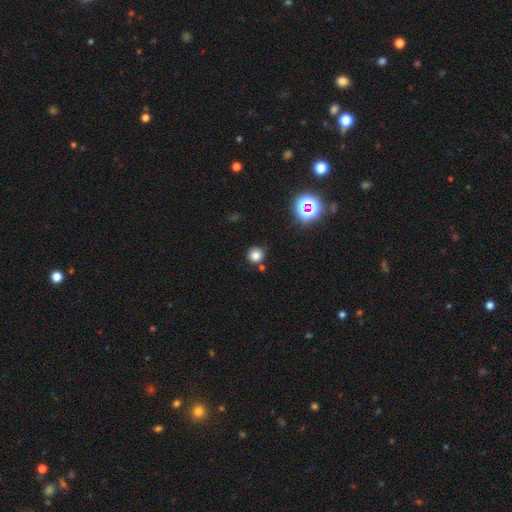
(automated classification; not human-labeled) Q: Smooth or featured?
A: smooth (77%); runner-up: star or artifact (16%)
Q: How rounded?
A: round (90%); runner-up: in between (9%)
Q: Merging?
A: none (80%); runner-up: minor disturbance (10%)